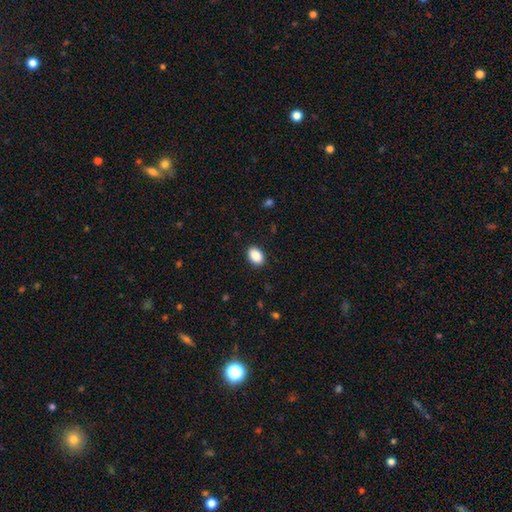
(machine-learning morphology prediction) The model was most divided on "how rounded": in between: 87%, round: 12%, cigar-shaped: 1%. More confident: merging — none (90%); smooth or featured — smooth (89%).